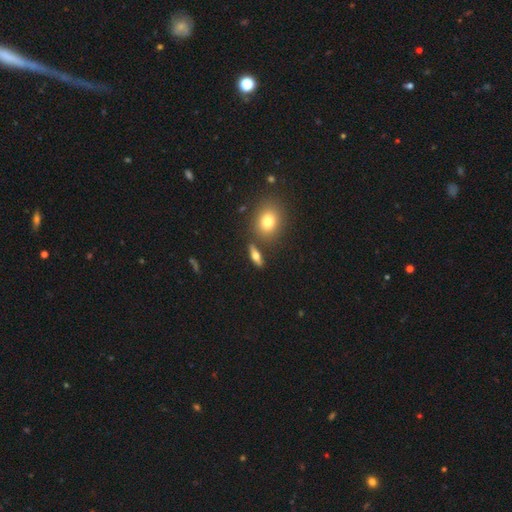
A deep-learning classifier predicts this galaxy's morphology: Overall: smooth (51%; featured or disk 39%). How rounded: in between (49%; cigar-shaped 38%). Merging: none (80%).